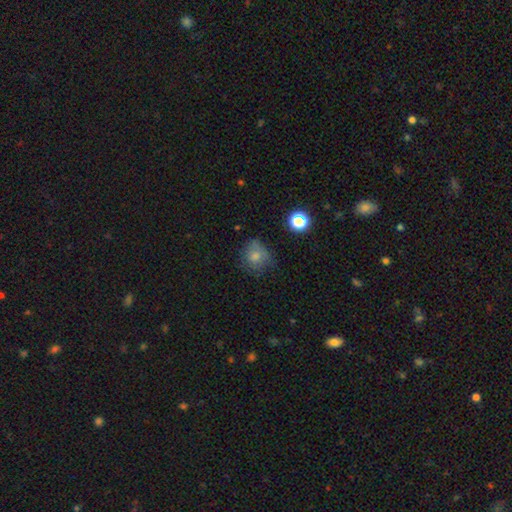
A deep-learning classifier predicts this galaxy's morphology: This appears to be a smooth galaxy with no disk features (71%) that is round (76%). Merging: none (55%).